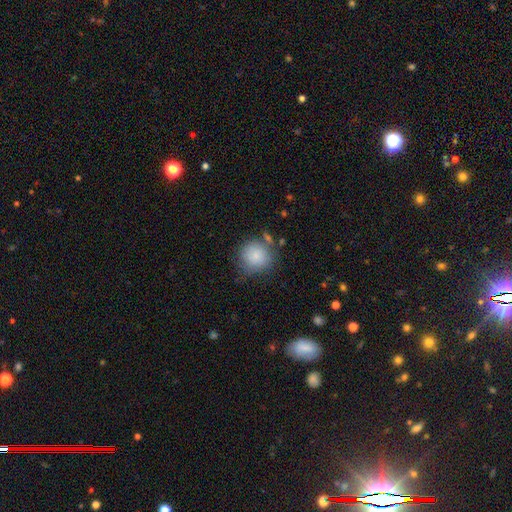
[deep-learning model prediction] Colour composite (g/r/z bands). It shows a smooth galaxy with no disk features (83%) that is round (88%). Merging: none (61%).